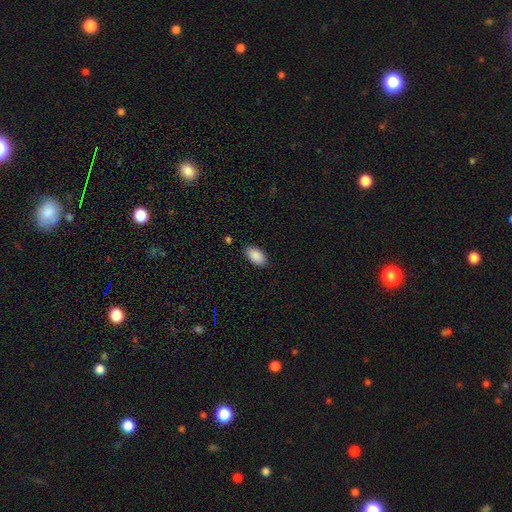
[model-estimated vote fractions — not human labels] Smooth or featured: smooth — 89% (star or artifact — 7%)
How rounded: in between — 94% (round — 4%)
Merging: none — 84% (minor disturbance — 12%)